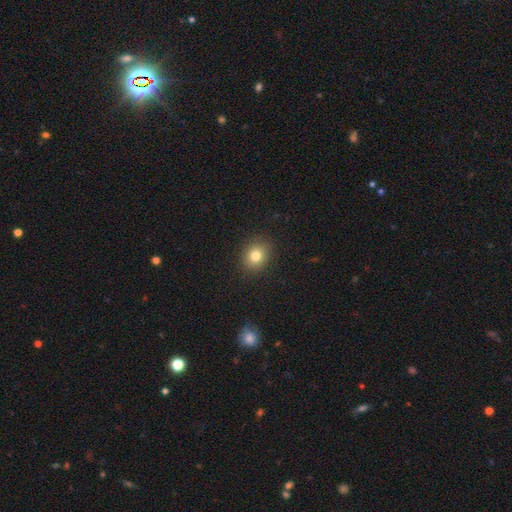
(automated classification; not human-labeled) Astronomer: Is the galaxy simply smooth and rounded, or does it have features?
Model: smooth — 80%.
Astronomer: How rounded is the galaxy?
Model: round — 61% (runner-up: in between, 38%).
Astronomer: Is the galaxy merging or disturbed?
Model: none — 88%.